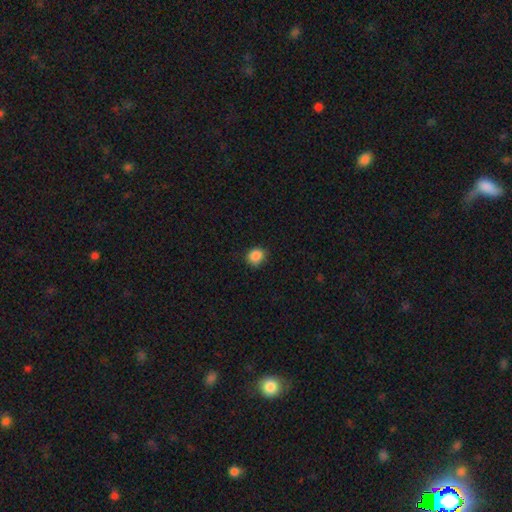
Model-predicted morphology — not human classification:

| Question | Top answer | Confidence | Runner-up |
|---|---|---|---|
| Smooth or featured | smooth | 88% | star or artifact (10%) |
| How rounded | round | 70% | in between (29%) |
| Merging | none | 83% | minor disturbance (14%) |